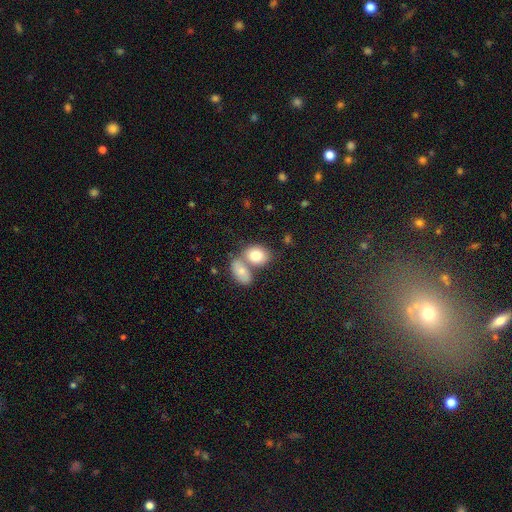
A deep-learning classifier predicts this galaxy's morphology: Smooth or featured?
  - smooth: 79% *
  - featured or disk: 13%
  - star or artifact: 8%
How rounded?
  - in between: 71% *
  - round: 28%
  - cigar-shaped: 2%
Merging?
  - merger: 50% *
  - none: 37%
  - minor disturbance: 9%
  - major disturbance: 4%